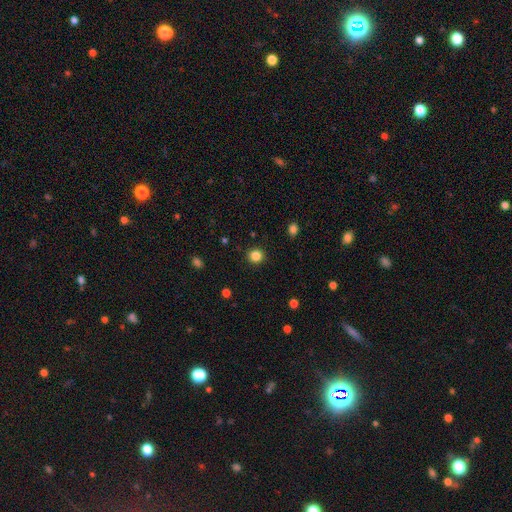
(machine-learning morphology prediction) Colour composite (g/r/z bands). It shows a smooth galaxy with no disk features (84%) that is round (91%). Merging: none (91%).